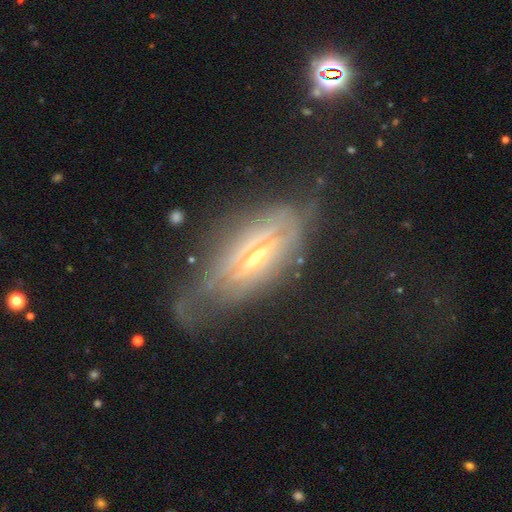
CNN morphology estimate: type=featured or disk (74%); edge-on=yes (59%); merging=none (50%).